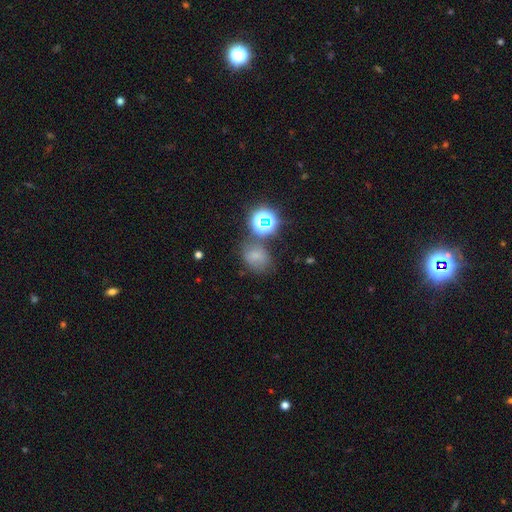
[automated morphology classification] Smooth or featured? Predicted: smooth (p=0.63). How rounded? Predicted: round (p=0.53). Merging? Predicted: none (p=0.60).